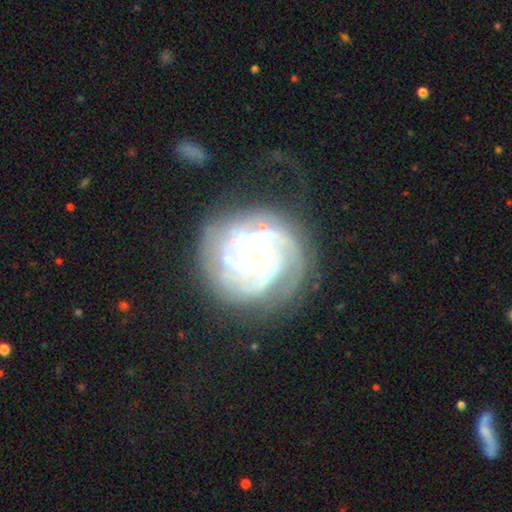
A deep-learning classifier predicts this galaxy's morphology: type=featured or disk (86%); edge-on=no (98%); bar=no (76%); spiral arms=yes (96%); winding=tight (71%); arm count=3 (26%); bulge=small (63%); merging=none (67%).